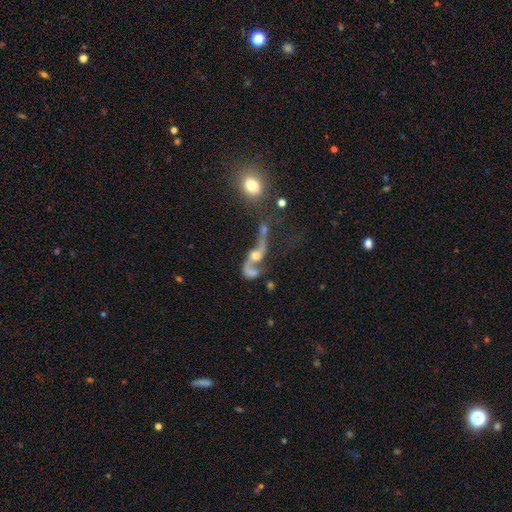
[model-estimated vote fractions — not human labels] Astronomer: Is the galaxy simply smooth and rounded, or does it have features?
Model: featured or disk — 74%.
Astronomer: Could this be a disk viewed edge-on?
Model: no — 87%.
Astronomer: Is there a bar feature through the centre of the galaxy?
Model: no — 66%.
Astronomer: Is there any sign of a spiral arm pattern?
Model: yes — 78%.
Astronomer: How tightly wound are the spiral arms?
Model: loose — 84%.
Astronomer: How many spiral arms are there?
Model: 2 — 78%.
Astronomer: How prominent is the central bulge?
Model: moderate — 49% (runner-up: small, 29%).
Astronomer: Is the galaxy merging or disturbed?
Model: merger — 30% (runner-up: none, 29%).